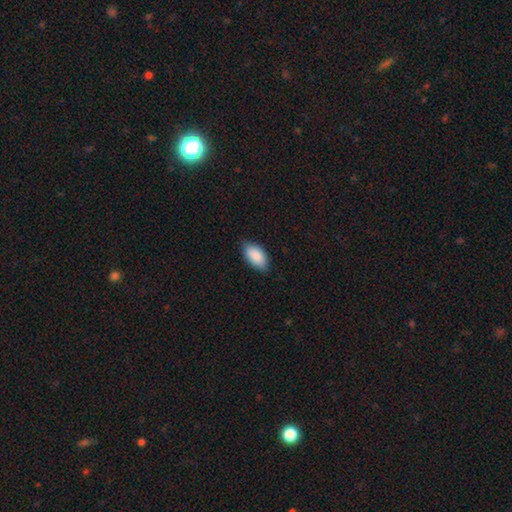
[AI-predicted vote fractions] smooth_or_featured: smooth (p=0.89) [alt: star or artifact p=0.06]
how_rounded: in between (p=0.95) [alt: cigar-shaped p=0.03]
merging: none (p=0.80) [alt: minor disturbance p=0.17]